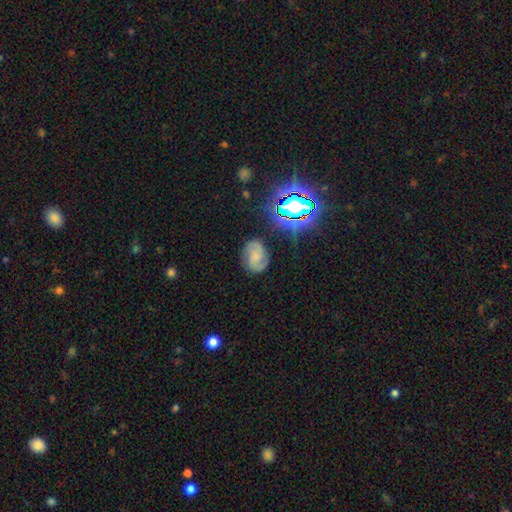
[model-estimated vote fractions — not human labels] Smooth or featured: featured or disk — 67% (smooth — 21%)
Edge-on disk: no — 97% (yes — 3%)
Bar: no — 56% (weak — 35%)
Spiral arms: yes — 94% (no — 6%)
Spiral winding: medium — 49% (tight — 31%)
Spiral arm count: 2 — 85% (can't tell — 7%)
Bulge size: small — 39% (none — 33%)
Merging: none — 74% (minor disturbance — 17%)